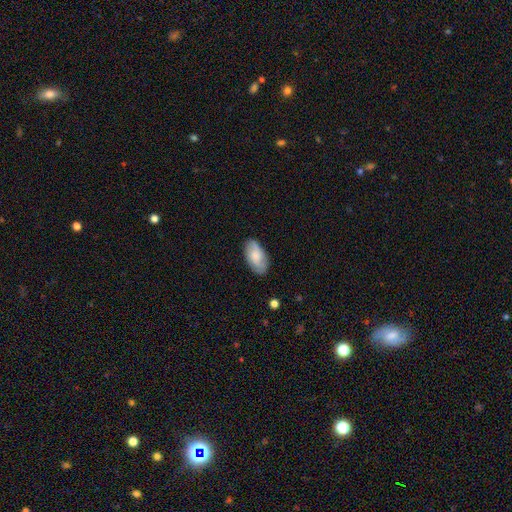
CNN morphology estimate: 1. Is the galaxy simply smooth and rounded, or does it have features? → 59% smooth, 34% featured or disk, 7% star or artifact.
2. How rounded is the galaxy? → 94% in between, 4% round, 3% cigar-shaped.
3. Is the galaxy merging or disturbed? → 79% none, 16% minor disturbance, 4% major disturbance, 1% merger.